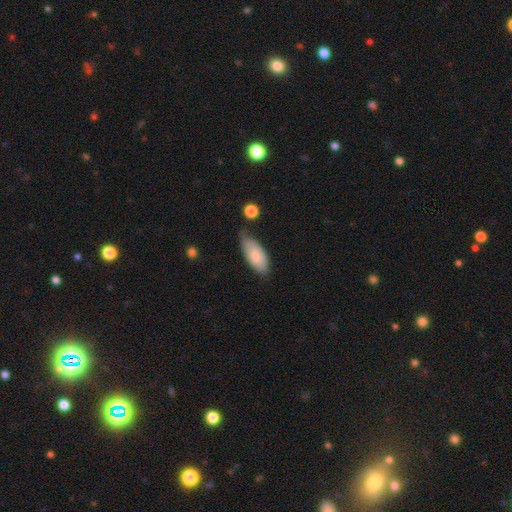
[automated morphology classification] type=smooth (77%); roundness=in between (88%); merging=none (50%).